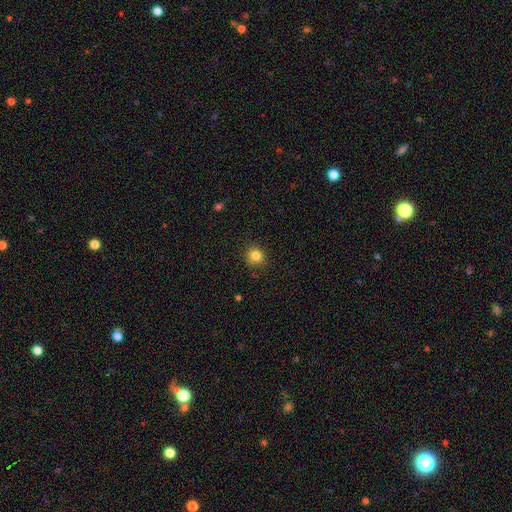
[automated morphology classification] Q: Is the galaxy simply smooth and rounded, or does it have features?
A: smooth — 83%.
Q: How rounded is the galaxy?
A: round — 90%.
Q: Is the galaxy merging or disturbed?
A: none — 86%.